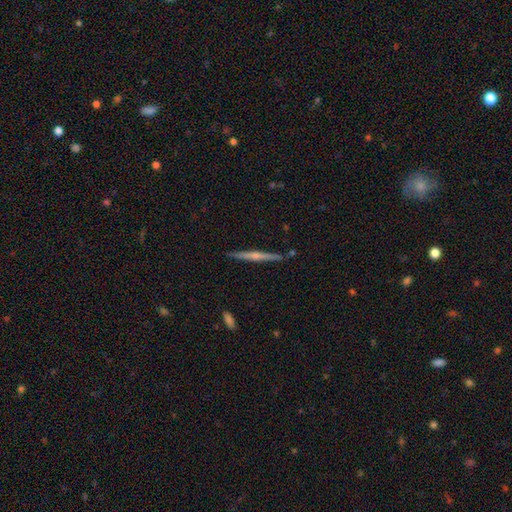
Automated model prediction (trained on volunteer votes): This is likely a featured or disk galaxy (69%). It is clearly viewed edge-on (98%). Edge-on bulge: likely rounded (64%). Merging: clearly none (89%).